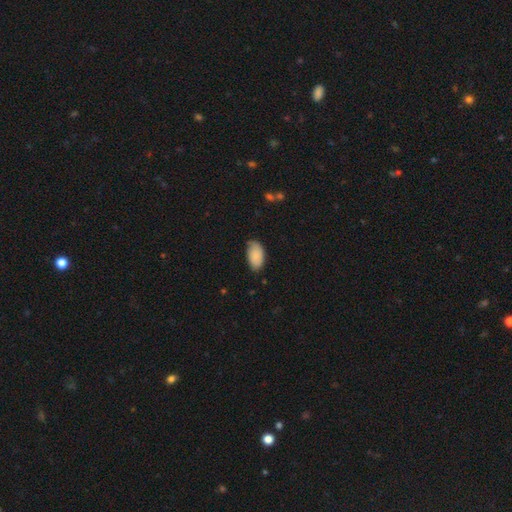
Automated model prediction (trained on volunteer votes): A smooth galaxy with no disk features (86%) that is in between round and cigar-shaped (95%).

Vote fractions:
- Smooth or featured? smooth: 86% / featured or disk: 8% / star or artifact: 6%
- How rounded? in between: 95% / round: 3% / cigar-shaped: 2%
- Merging? none: 68% / minor disturbance: 26% / major disturbance: 4% / merger: 1%